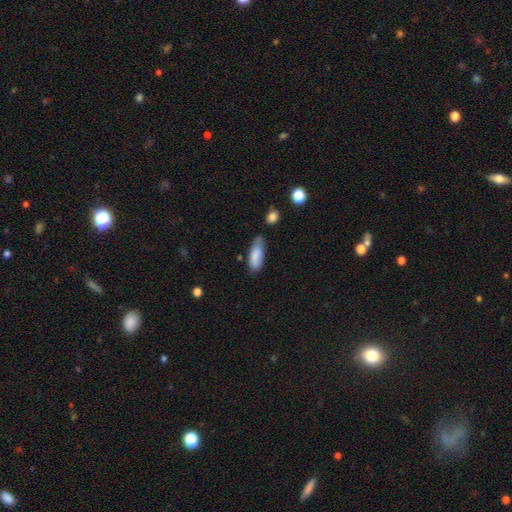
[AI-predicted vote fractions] smooth-or-featured: smooth: 83% | featured or disk: 11% | star or artifact: 7%
  how-rounded: in between: 68% | cigar-shaped: 30% | round: 2%
  merging: none: 54% | minor disturbance: 33% | major disturbance: 8% | merger: 6%